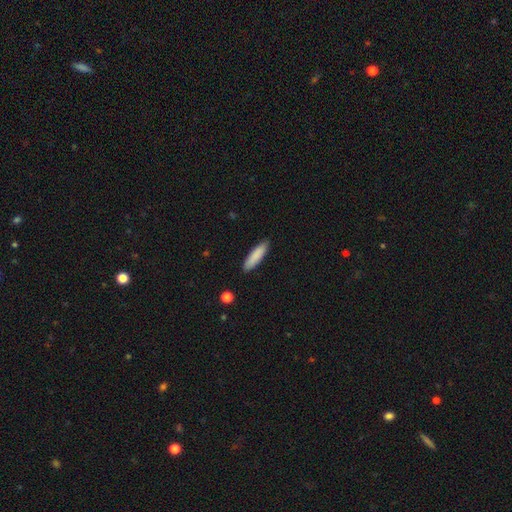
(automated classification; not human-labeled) smooth 87%, featured or disk 8%, star or artifact 6%. Down the decision tree: how rounded — cigar-shaped (70%); merging — none (88%).